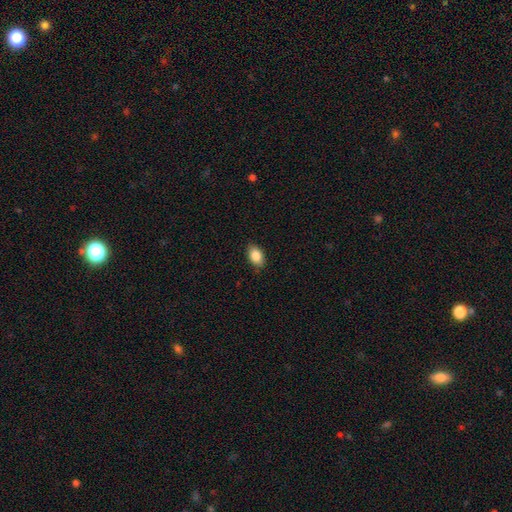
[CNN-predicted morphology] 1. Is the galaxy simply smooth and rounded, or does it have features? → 86% smooth, 8% star or artifact, 6% featured or disk.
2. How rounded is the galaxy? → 89% in between, 9% round, 2% cigar-shaped.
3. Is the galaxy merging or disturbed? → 87% none, 10% minor disturbance, 2% major disturbance, 1% merger.